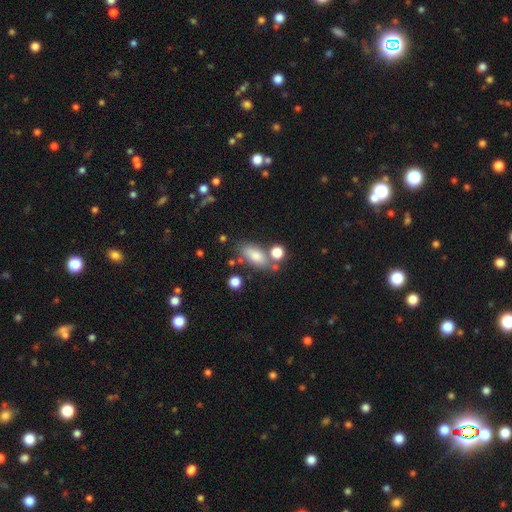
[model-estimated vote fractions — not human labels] A smooth galaxy with no disk features (76%) that is in between round and cigar-shaped (79%). Merging: none (61%).